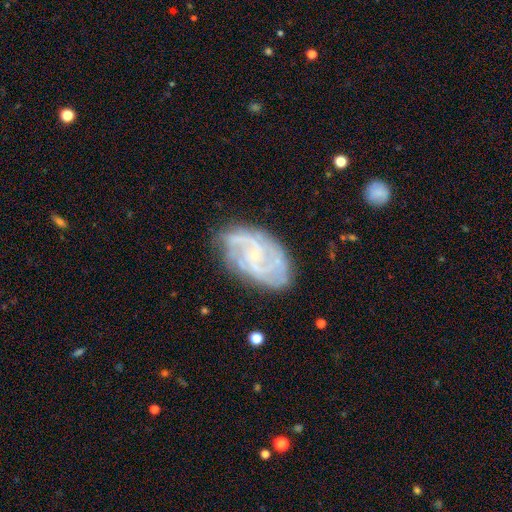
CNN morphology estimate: smooth-or-featured: featured or disk: 82% | smooth: 11% | star or artifact: 7%
  disk-edge-on: no: 97% | yes: 3%
    bar: no: 61% | weak: 33% | strong: 6%
    has-spiral-arms: yes: 93% | no: 7%
      spiral-winding: tight: 46% | medium: 40% | loose: 14%
      spiral-arm-count: can't tell: 32% | 2: 26% | 3: 20% | 4: 11% | more than 4: 6% | 1: 6%
    bulge-size: small: 79% | moderate: 14% | none: 5% | large: 1% | dominant: 1%
  merging: none: 72% | minor disturbance: 20% | major disturbance: 7% | merger: 2%